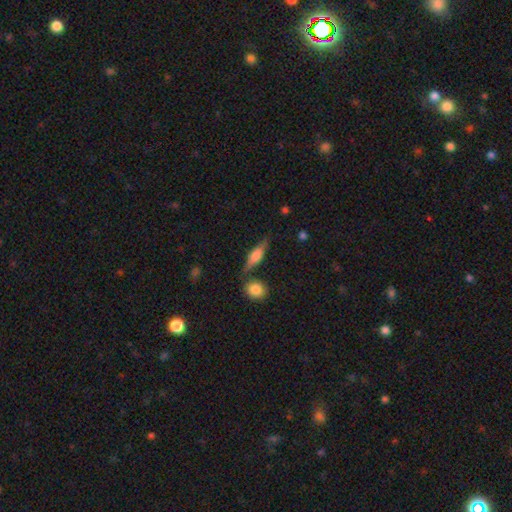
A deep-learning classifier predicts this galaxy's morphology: The model was most divided on "smooth or featured": featured or disk: 47%, smooth: 46%, star or artifact: 8%. More confident: merging — none (72%).